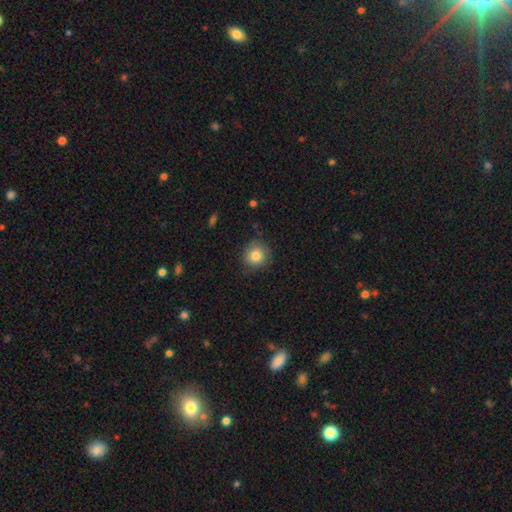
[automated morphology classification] Overall: smooth (83%). How rounded: round (92%). Merging: none (81%).